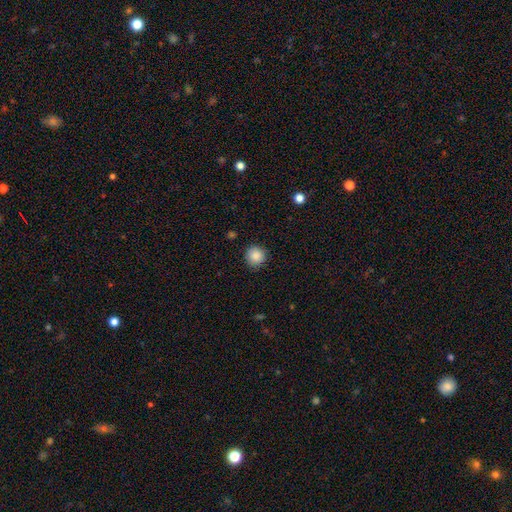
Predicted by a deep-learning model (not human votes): Overall: smooth (87%). How rounded: round (92%). Merging: none (88%).